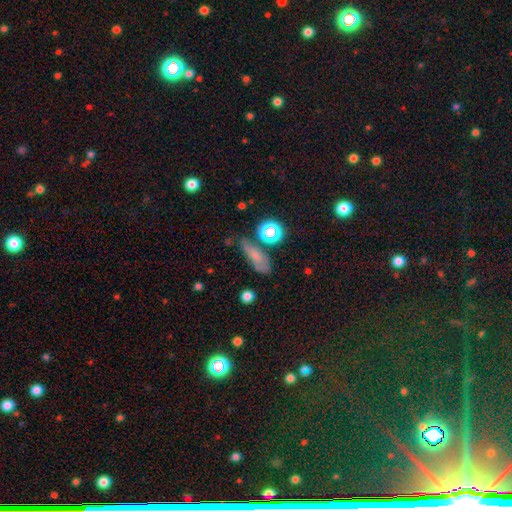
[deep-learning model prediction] A smooth galaxy with no disk features (61%) that is in between round and cigar-shaped (49%).

Vote fractions:
- Smooth or featured? smooth: 61% / featured or disk: 20% / star or artifact: 19%
- How rounded? in between: 49% / cigar-shaped: 39% / round: 12%
- Merging? none: 56% / minor disturbance: 26% / major disturbance: 11% / merger: 7%